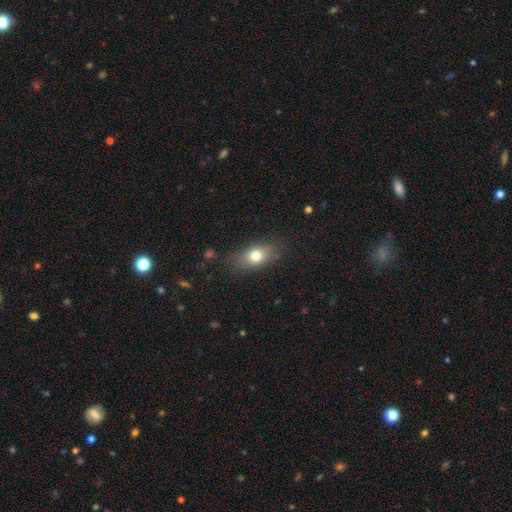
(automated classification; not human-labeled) Q: Smooth or featured?
A: smooth (75%); runner-up: featured or disk (15%)
Q: How rounded?
A: in between (76%); runner-up: round (18%)
Q: Merging?
A: none (78%); runner-up: minor disturbance (15%)